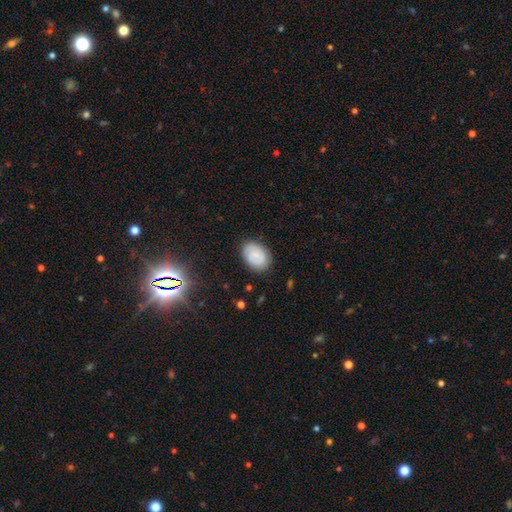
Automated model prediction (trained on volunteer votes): A smooth galaxy with no disk features (64%) that is in between round and cigar-shaped (78%).

Vote fractions:
- Smooth or featured? smooth: 64% / featured or disk: 28% / star or artifact: 9%
- How rounded? in between: 78% / round: 21% / cigar-shaped: 1%
- Merging? none: 83% / minor disturbance: 12% / major disturbance: 3% / merger: 1%